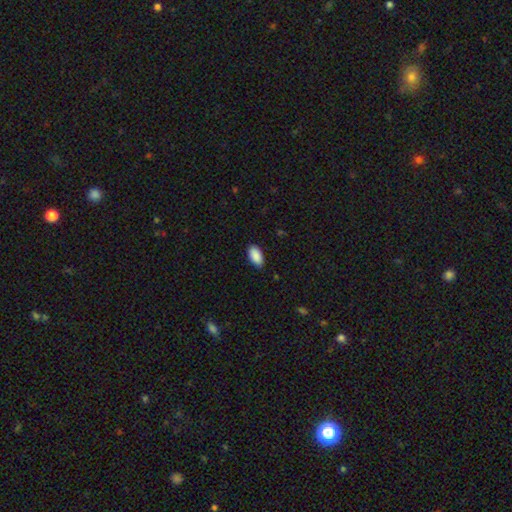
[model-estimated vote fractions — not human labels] This is clearly a smooth galaxy (90%). How rounded: clearly in between (95%). Merging: clearly none (87%).